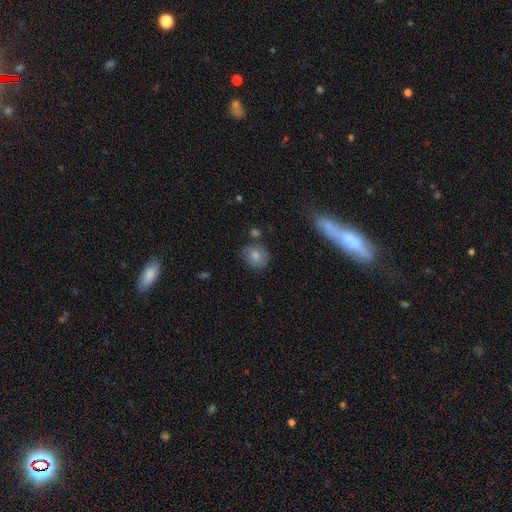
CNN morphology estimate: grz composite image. It shows a smooth galaxy with no disk features (79%) that is round (71%). Merging: none (68%).